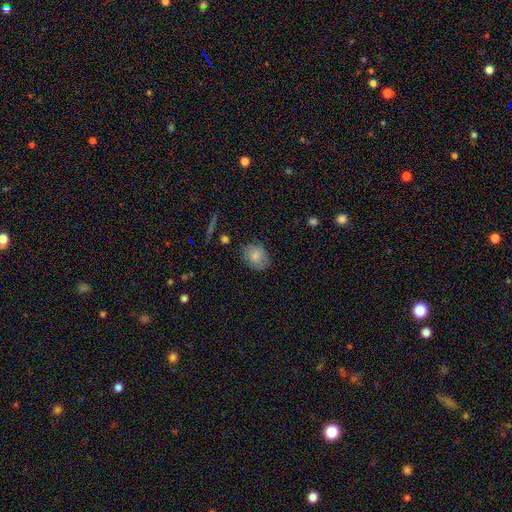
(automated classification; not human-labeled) This appears to be a smooth galaxy with no disk features (79%) that is in between round and cigar-shaped (51%). Merging: none (72%).